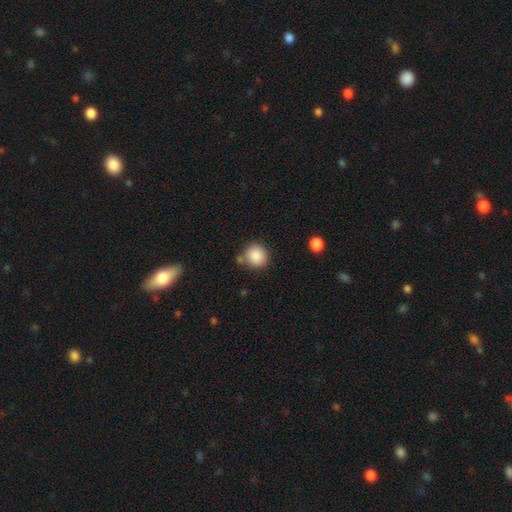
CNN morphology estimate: Q: Smooth or featured?
A: smooth (87%); runner-up: star or artifact (9%)
Q: How rounded?
A: round (85%); runner-up: in between (14%)
Q: Merging?
A: none (72%); runner-up: minor disturbance (13%)